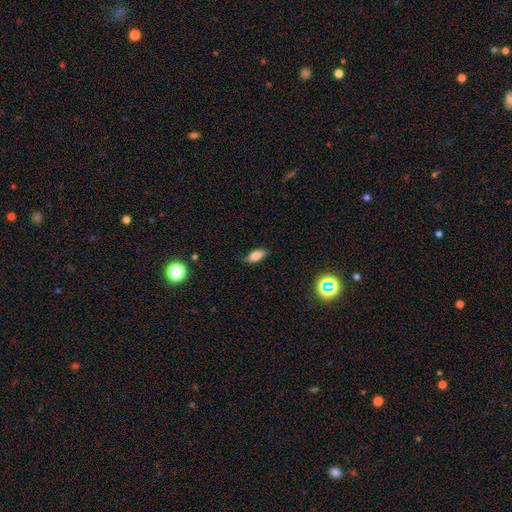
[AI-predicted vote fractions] Smooth or featured: smooth — 71% (featured or disk — 19%)
How rounded: in between — 75% (cigar-shaped — 20%)
Merging: none — 73% (minor disturbance — 21%)